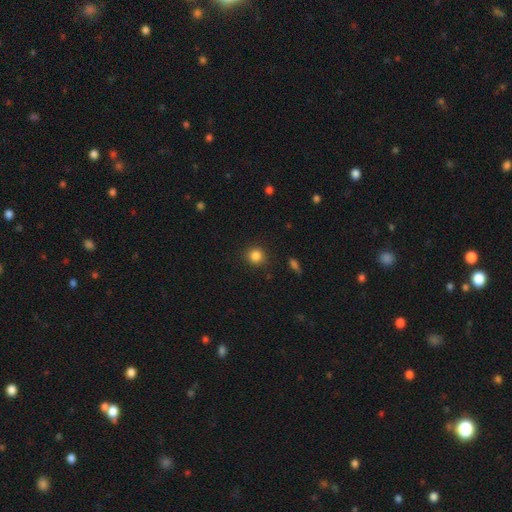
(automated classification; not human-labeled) Morphology: type=smooth (85%); roundness=round (90%); merging=none (88%).